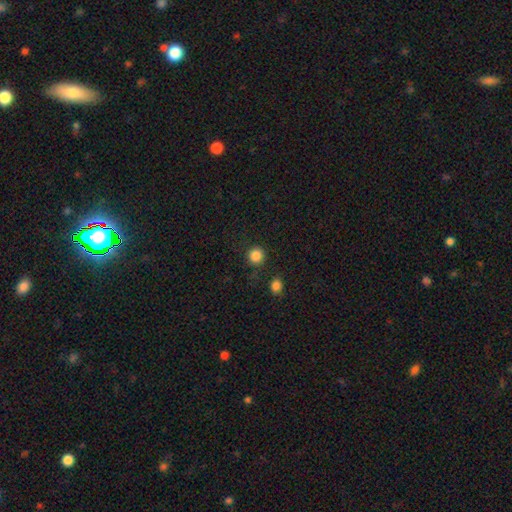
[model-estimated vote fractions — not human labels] Overall: smooth (85%). How rounded: round (93%). Merging: none (88%).